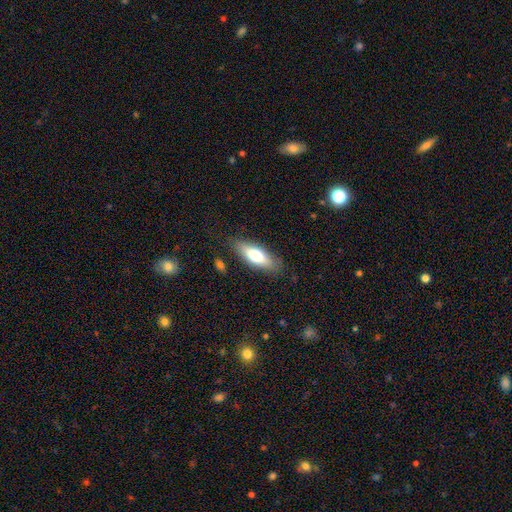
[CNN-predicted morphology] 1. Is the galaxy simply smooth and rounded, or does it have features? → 67% smooth, 26% featured or disk, 7% star or artifact.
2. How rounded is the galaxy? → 64% in between, 34% cigar-shaped, 2% round.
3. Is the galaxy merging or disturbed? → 83% none, 12% minor disturbance, 3% major disturbance, 2% merger.